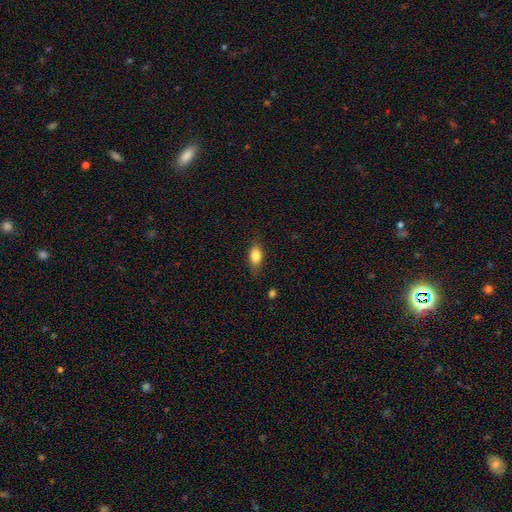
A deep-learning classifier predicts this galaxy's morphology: The model was most divided on "merging": none: 77%, minor disturbance: 18%, major disturbance: 4%, merger: 1%. More confident: how rounded — in between (83%); smooth or featured — smooth (80%).